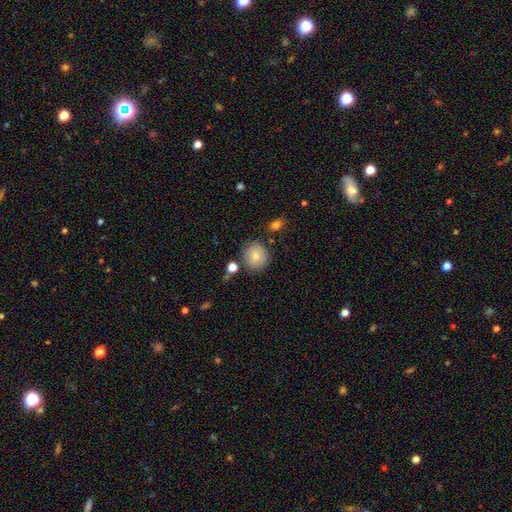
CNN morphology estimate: Q: Smooth or featured?
A: smooth (81%); runner-up: featured or disk (10%)
Q: How rounded?
A: round (87%); runner-up: in between (12%)
Q: Merging?
A: none (81%); runner-up: minor disturbance (11%)